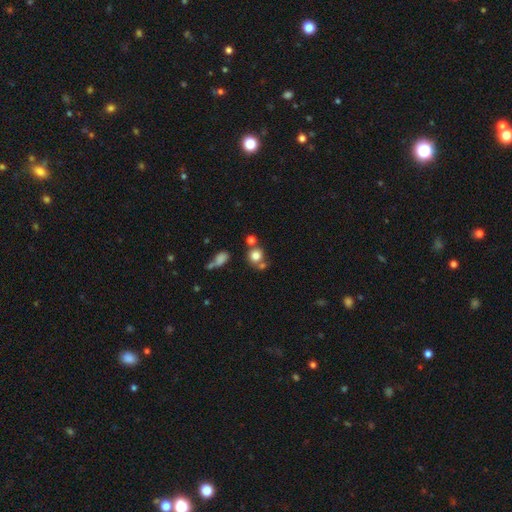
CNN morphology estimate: smooth-or-featured: smooth: 78% | star or artifact: 13% | featured or disk: 9%
  how-rounded: round: 84% | in between: 15% | cigar-shaped: 1%
  merging: none: 61% | merger: 24% | minor disturbance: 11% | major disturbance: 5%